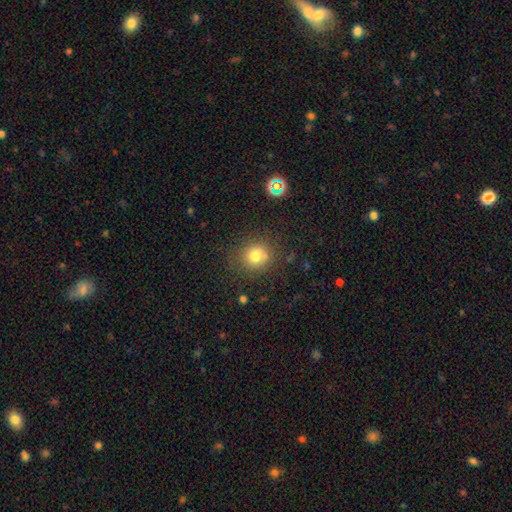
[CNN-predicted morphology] Overall: smooth (76%). How rounded: round (85%). Merging: none (76%).